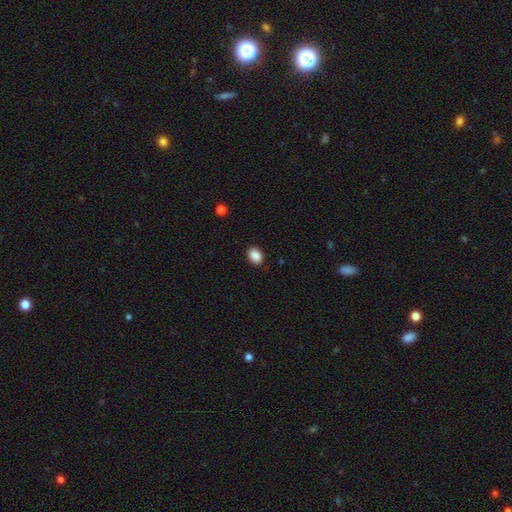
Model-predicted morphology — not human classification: smooth_or_featured: smooth (p=0.89) [alt: star or artifact p=0.08]
how_rounded: in between (p=0.67) [alt: round p=0.32]
merging: none (p=0.89) [alt: minor disturbance p=0.08]